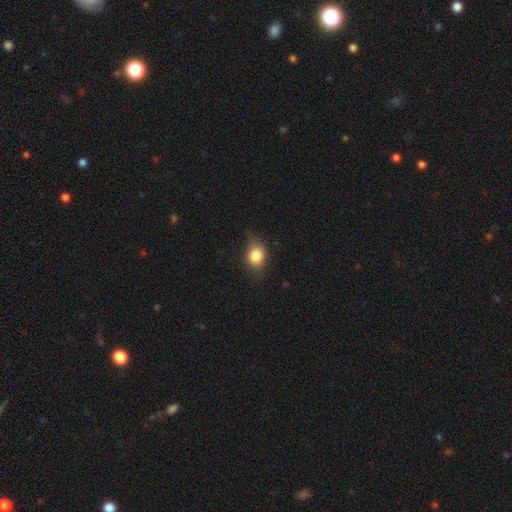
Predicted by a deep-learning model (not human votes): Morphology: type=smooth (79%); roundness=round (49%, tied with in between); merging=none (61%).